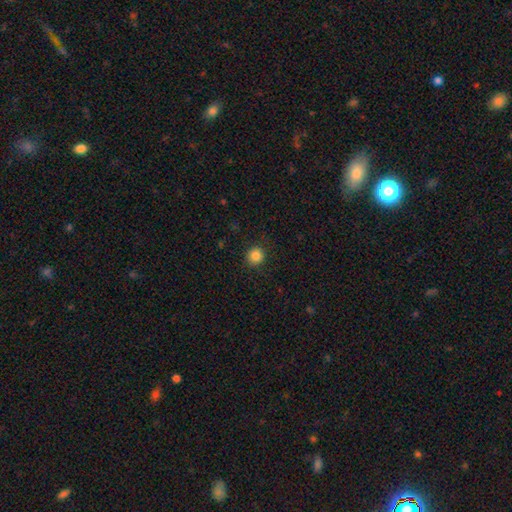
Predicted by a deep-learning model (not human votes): This appears to be a smooth galaxy with no disk features (85%) that is round (91%). Merging: none (91%).